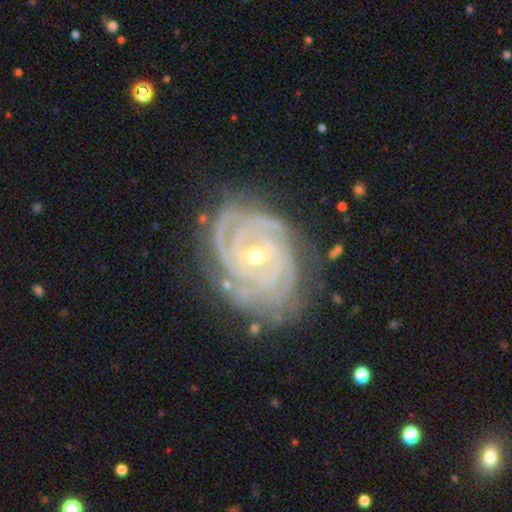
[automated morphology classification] Overall: featured or disk (90%). Edge-on disk: no (97%). Bar: no (48%; weak 38%). Spiral arms: yes (98%). Spiral arm count: 3 (28%; 4 24%). Spiral winding: tight (79%). Bulge size: small (50%; moderate 47%). Merging: none (71%).